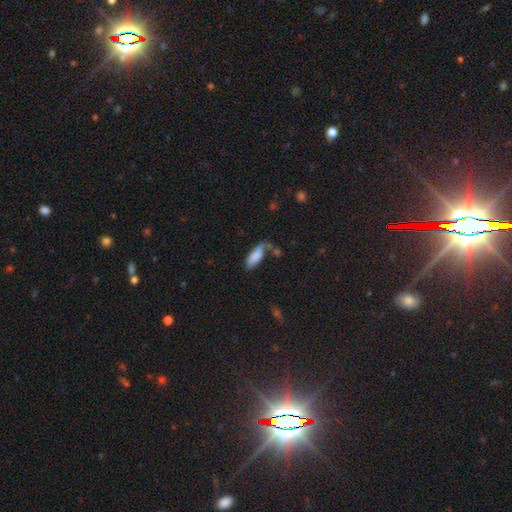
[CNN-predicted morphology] Smooth or featured?
  - smooth: 82% *
  - featured or disk: 10%
  - star or artifact: 7%
How rounded?
  - in between: 64% *
  - cigar-shaped: 34%
  - round: 2%
Merging?
  - none: 52% *
  - minor disturbance: 27%
  - merger: 13%
  - major disturbance: 9%